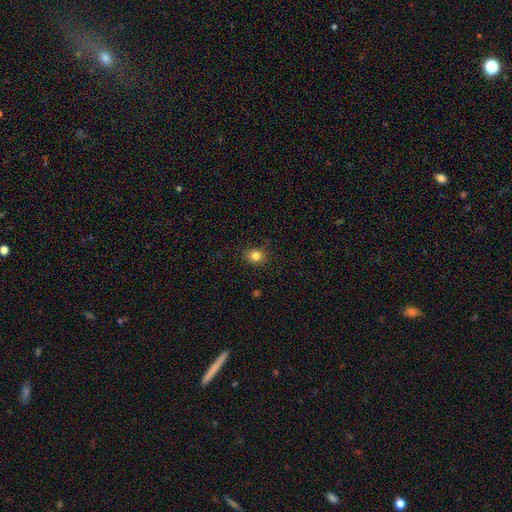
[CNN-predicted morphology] Smooth or featured? Predicted: smooth (p=0.83). How rounded? Predicted: round (p=0.68). Merging? Predicted: none (p=0.86).